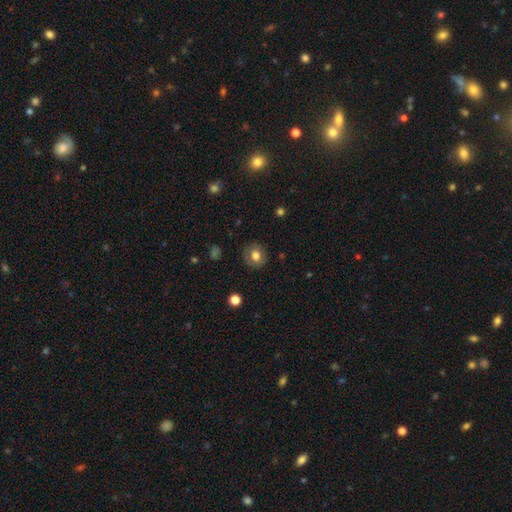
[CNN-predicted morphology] smooth 76%, featured or disk 14%, star or artifact 9%. Down the decision tree: how rounded — round (78%); merging — none (85%).